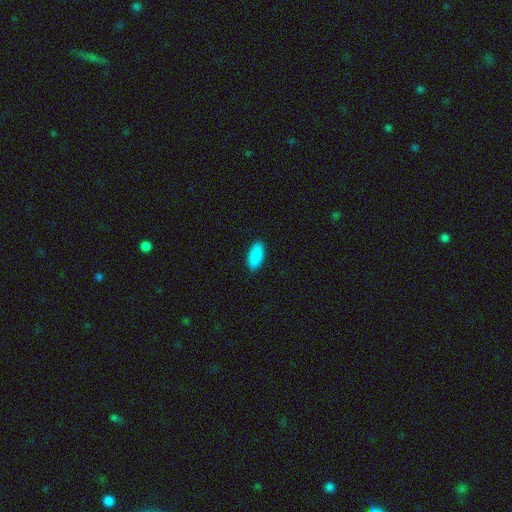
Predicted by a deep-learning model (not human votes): A smooth galaxy with no disk features (91%) that is in between round and cigar-shaped (92%). Merging: none (90%).